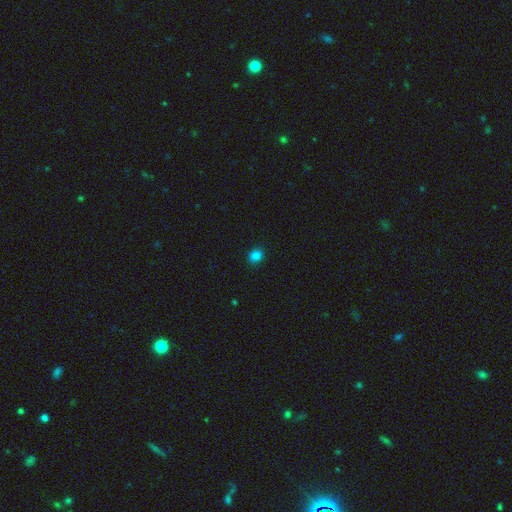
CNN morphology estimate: type=smooth (83%); roundness=round (67%); merging=none (91%).